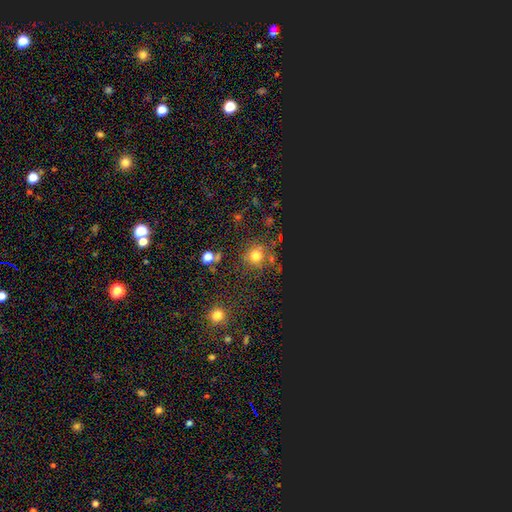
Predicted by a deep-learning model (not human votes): This is possibly a smooth galaxy (60%). How rounded: clearly round (87%). Merging: likely none (71%).